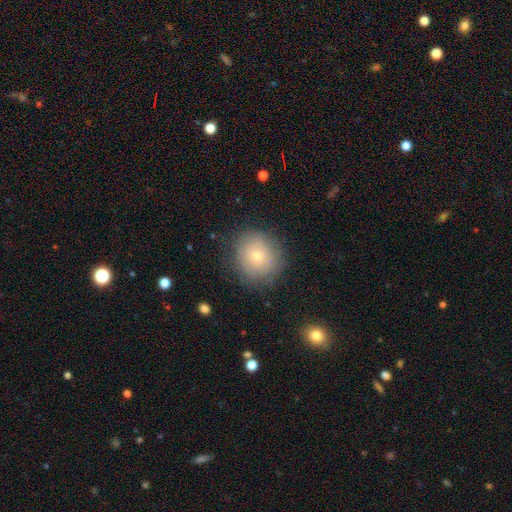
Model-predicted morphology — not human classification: Smooth or featured? smooth (62%)
How rounded? round (83%)
Merging? none (80%)